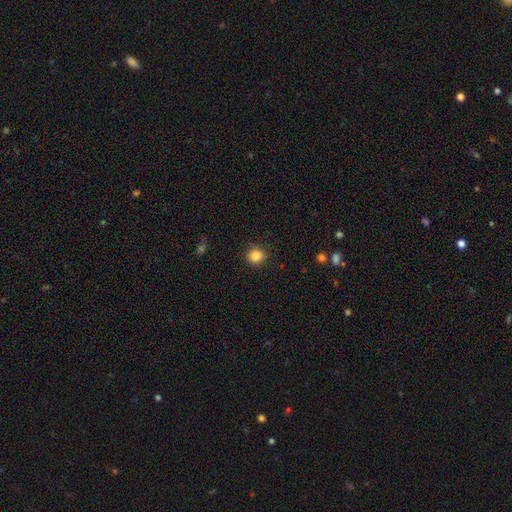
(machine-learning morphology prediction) This is clearly a smooth galaxy (86%). How rounded: clearly round (89%). Merging: clearly none (89%).